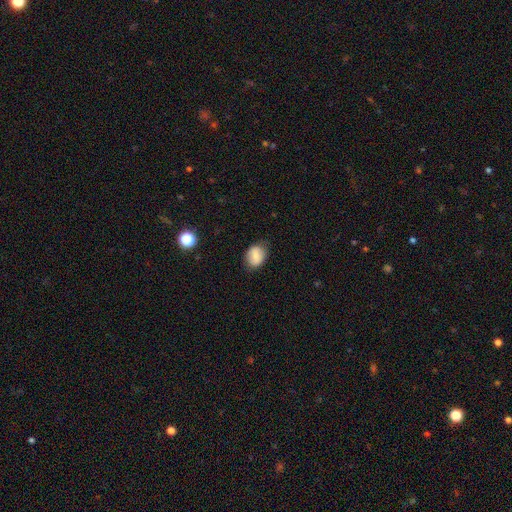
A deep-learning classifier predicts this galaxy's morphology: This is likely a smooth galaxy (75%). How rounded: likely in between (64%). Merging: likely none (74%).